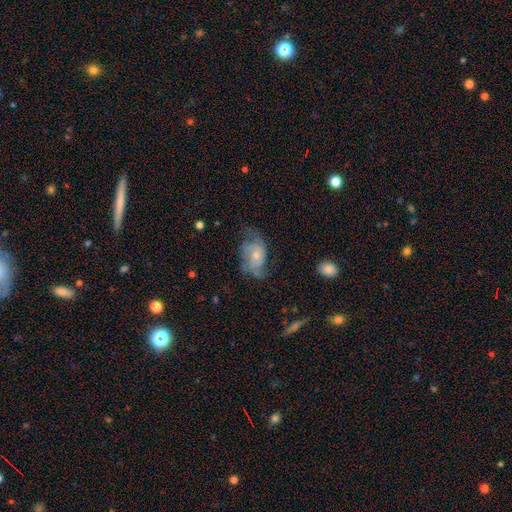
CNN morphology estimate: Smooth or featured? Predicted: featured or disk (p=0.62). Edge-on disk? Predicted: no (p=0.96). Bar? Predicted: no (p=0.77). Spiral arms? Predicted: yes (p=0.78). Bulge size? Predicted: small (p=0.59). Merging? Predicted: none (p=0.41).